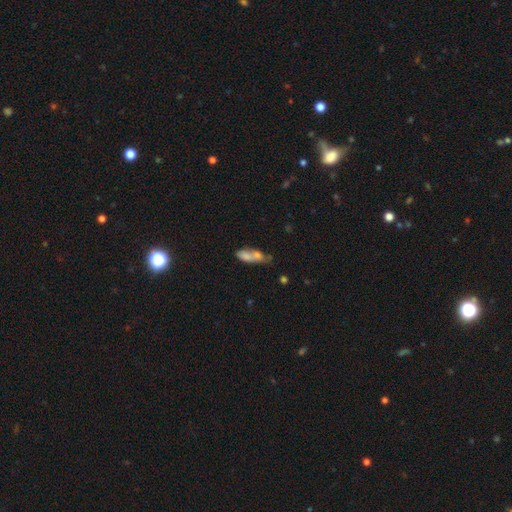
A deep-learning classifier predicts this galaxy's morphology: Overall: smooth (63%; featured or disk 25%). How rounded: in between (57%; cigar-shaped 37%). Merging: merger (43%; none 29%).